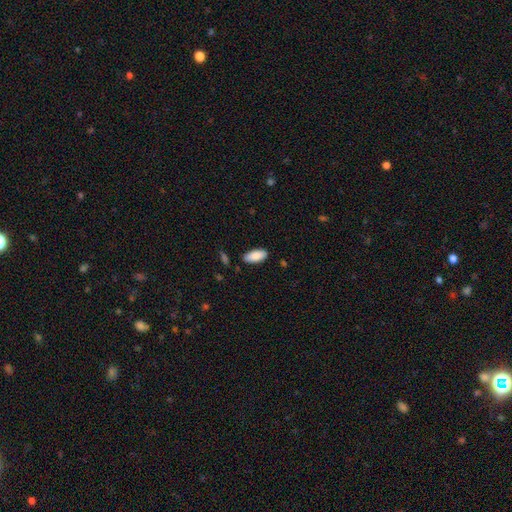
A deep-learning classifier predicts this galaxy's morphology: Overall: smooth (88%). How rounded: in between (89%). Merging: none (86%).